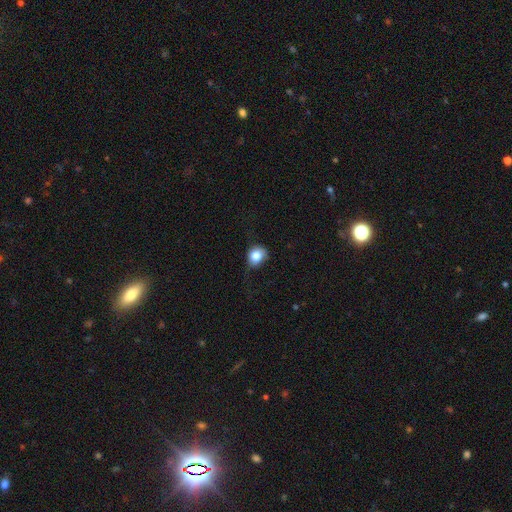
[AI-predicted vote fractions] The model was most divided on "merging": none: 53%, minor disturbance: 31%, major disturbance: 13%, merger: 2%. More confident: smooth or featured — smooth (80%); how rounded — round (66%).